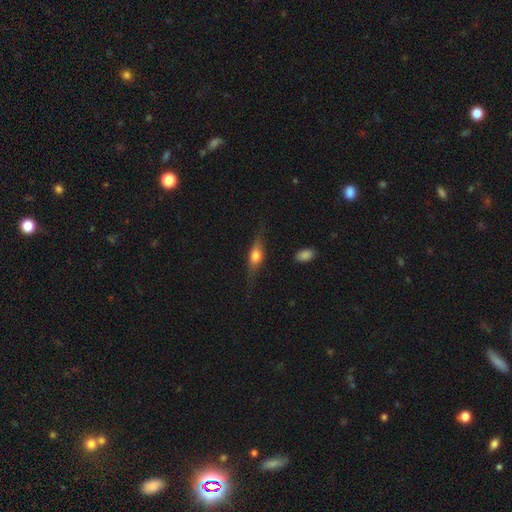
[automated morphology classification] A featured or disk galaxy (48%). Merging: none (73%).